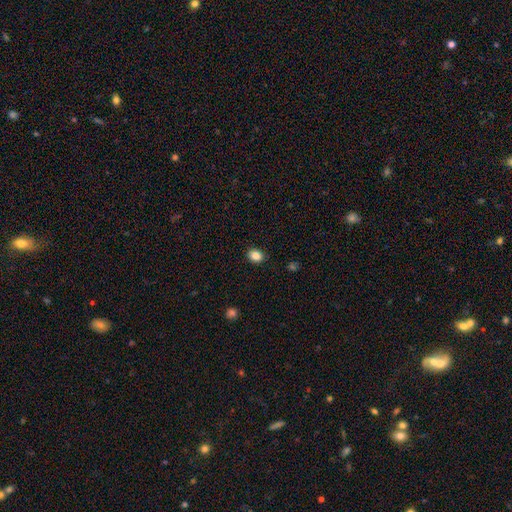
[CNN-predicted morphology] Smooth or featured? Predicted: smooth (p=0.85). How rounded? Predicted: round (p=0.54). Merging? Predicted: none (p=0.89).